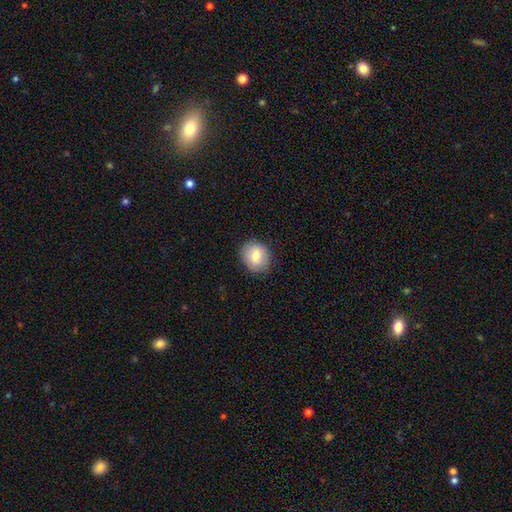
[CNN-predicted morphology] smooth_or_featured: smooth (p=0.75) [alt: featured or disk p=0.16]
how_rounded: round (p=0.74) [alt: in between p=0.25]
merging: none (p=0.86) [alt: minor disturbance p=0.10]